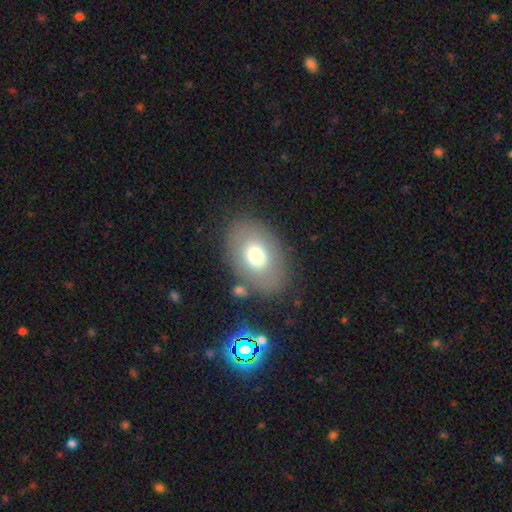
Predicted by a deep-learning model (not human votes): A smooth galaxy with no disk features (69%) that is in between round and cigar-shaped (79%).

Vote fractions:
- Smooth or featured? smooth: 69% / featured or disk: 22% / star or artifact: 10%
- How rounded? in between: 79% / round: 20% / cigar-shaped: 1%
- Merging? none: 78% / minor disturbance: 11% / major disturbance: 6% / merger: 5%